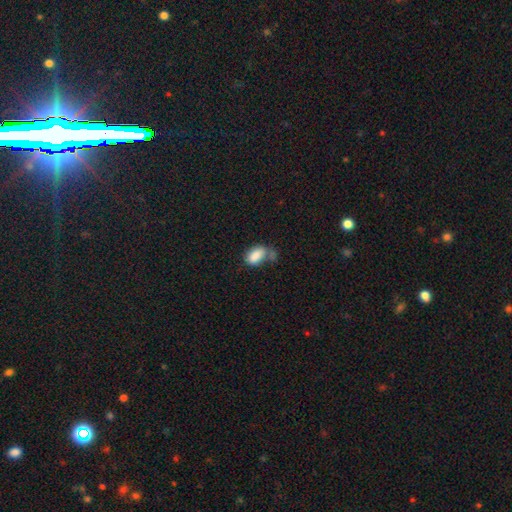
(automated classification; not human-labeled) The model was most divided on "merging": none: 36%, minor disturbance: 24%, merger: 23%, major disturbance: 16%. More confident: how rounded — in between (91%); smooth or featured — smooth (85%).